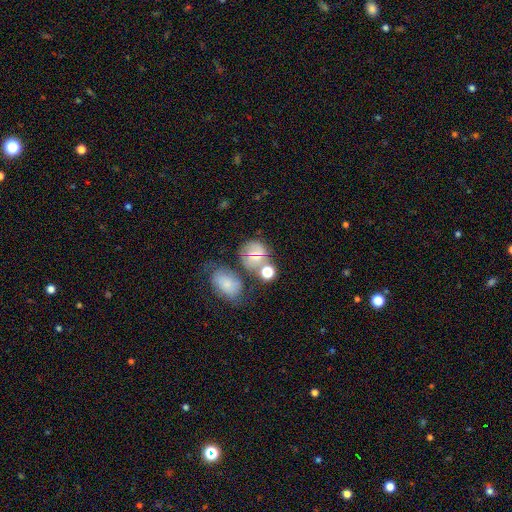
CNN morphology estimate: A smooth galaxy with no disk features (57%) that is round (65%).

Vote fractions:
- Smooth or featured? smooth: 57% / featured or disk: 24% / star or artifact: 19%
- How rounded? round: 65% / in between: 34% / cigar-shaped: 1%
- Merging? none: 49% / merger: 23% / minor disturbance: 17% / major disturbance: 11%